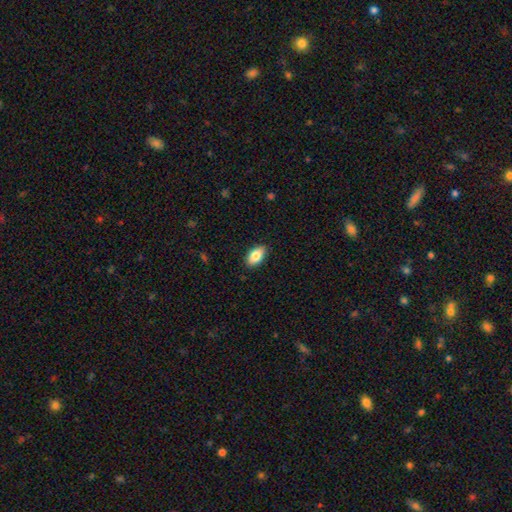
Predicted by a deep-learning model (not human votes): Smooth or featured: smooth — 83% (featured or disk — 10%)
How rounded: in between — 93% (round — 5%)
Merging: none — 88% (minor disturbance — 10%)